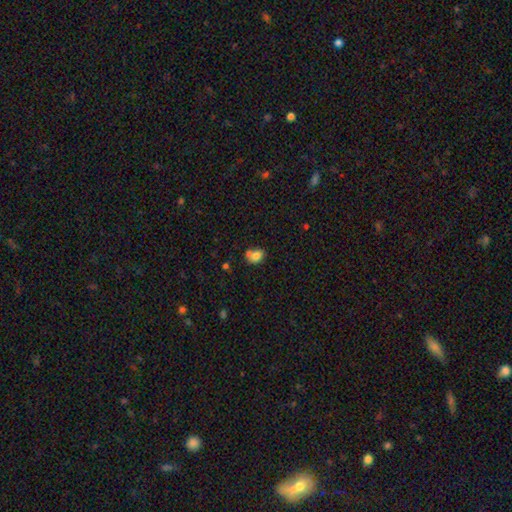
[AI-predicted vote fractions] Smooth or featured? Predicted: smooth (p=0.77). How rounded? Predicted: round (p=0.50). Merging? Predicted: none (p=0.45).